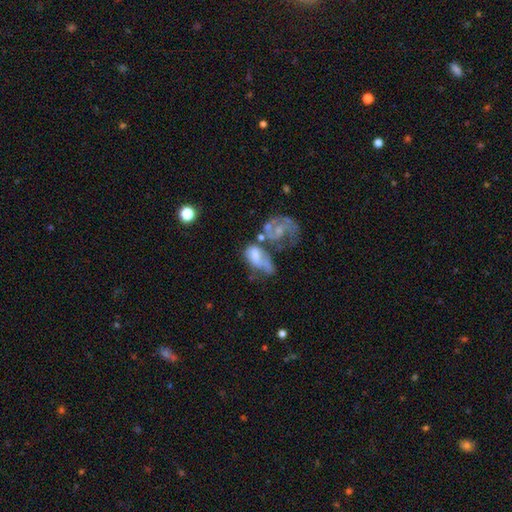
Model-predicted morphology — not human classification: smooth-or-featured: featured or disk: 46% | smooth: 44% | star or artifact: 9%
  merging: merger: 42% | major disturbance: 28% | none: 16% | minor disturbance: 15%